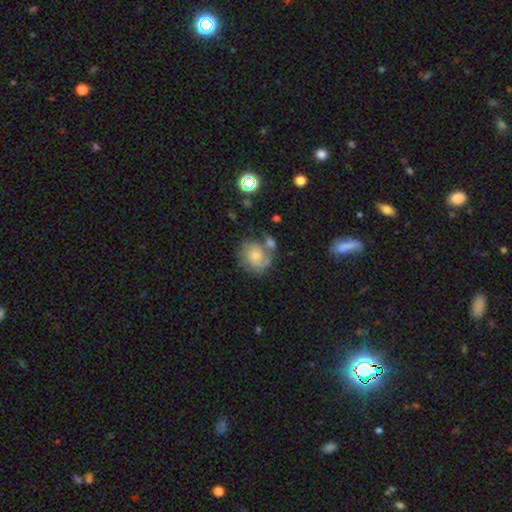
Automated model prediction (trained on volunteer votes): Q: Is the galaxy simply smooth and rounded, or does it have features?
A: featured or disk — 57%.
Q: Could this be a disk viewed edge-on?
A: no — 98%.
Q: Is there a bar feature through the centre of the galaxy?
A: no — 80%.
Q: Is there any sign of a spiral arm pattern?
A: yes — 82%.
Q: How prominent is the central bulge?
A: small — 48%.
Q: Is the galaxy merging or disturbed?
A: none — 50%.